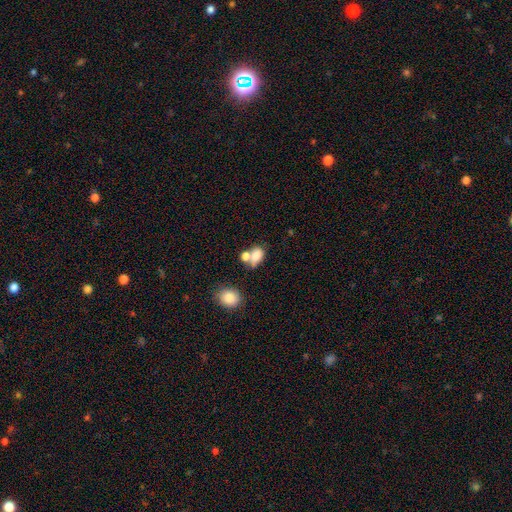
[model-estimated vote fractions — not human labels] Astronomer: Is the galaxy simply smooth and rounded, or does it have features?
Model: smooth — 77%.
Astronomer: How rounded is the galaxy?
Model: in between — 76%.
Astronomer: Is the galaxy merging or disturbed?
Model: merger — 46% (runner-up: none, 33%).